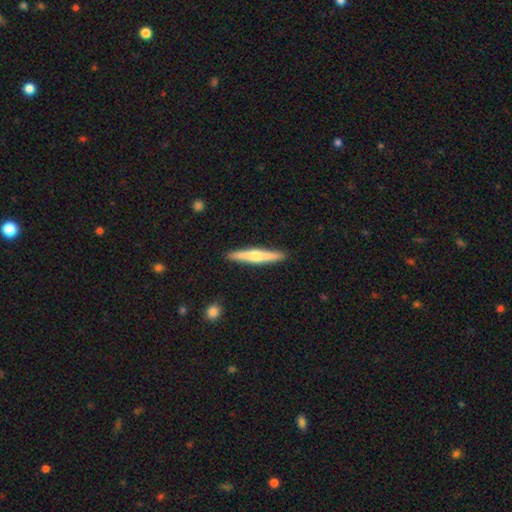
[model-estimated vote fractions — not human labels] smooth_or_featured: featured or disk (p=0.55) [alt: smooth p=0.40]
disk_edge_on: yes (p=0.97) [alt: no p=0.03]
edge_on_bulge: rounded (p=0.84) [alt: none p=0.10]
merging: none (p=0.91) [alt: minor disturbance p=0.06]